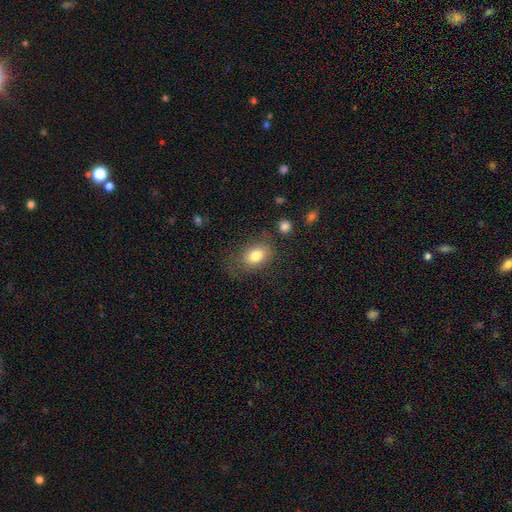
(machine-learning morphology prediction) A smooth galaxy with no disk features (80%) that is in between round and cigar-shaped (70%). Merging: none (63%).